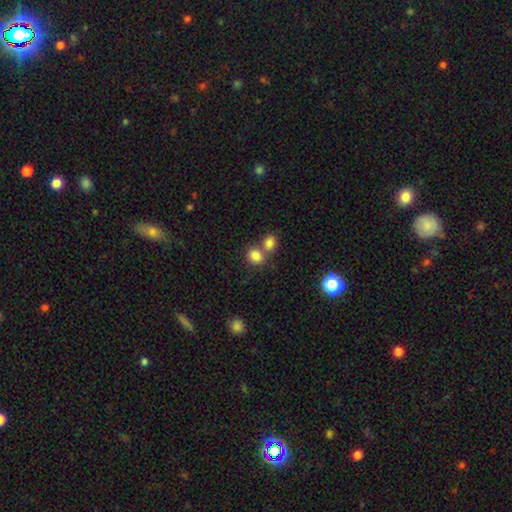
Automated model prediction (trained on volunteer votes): smooth 82%, star or artifact 12%, featured or disk 7%. Down the decision tree: how rounded — round (70%); merging — none (46%).